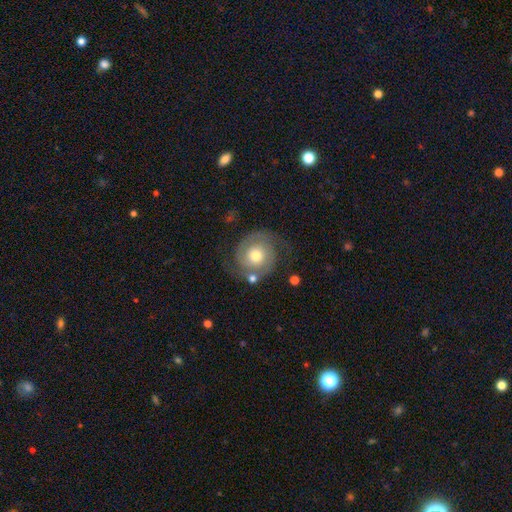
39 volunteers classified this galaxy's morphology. Q: Smooth or featured?
A: featured or disk (79%); runner-up: smooth (15%)
Q: Edge-on disk?
A: no (94%); runner-up: yes (6%)
Q: Bar?
A: no (69%); runner-up: weak (28%)
Q: Spiral arms?
A: yes (100%)
Q: Spiral winding?
A: tight (59%); runner-up: medium (31%)
Q: Spiral arm count?
A: 2 (100%)
Q: Bulge size?
A: moderate (69%); runner-up: large (17%)
Q: Merging?
A: none (76%); runner-up: minor disturbance (11%)